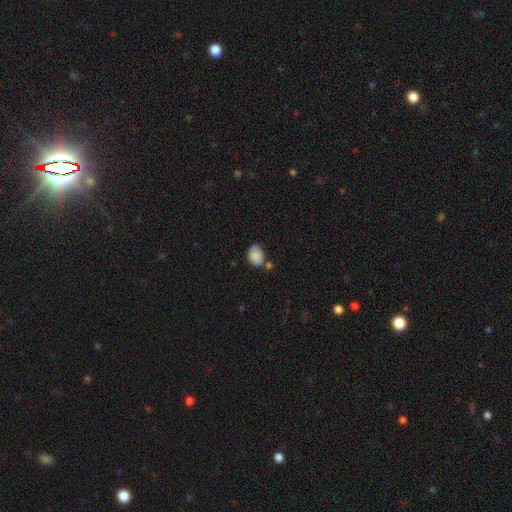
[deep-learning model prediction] The model was most divided on "merging": none: 56%, minor disturbance: 22%, merger: 16%, major disturbance: 5%. More confident: smooth or featured — smooth (86%); how rounded — in between (72%).